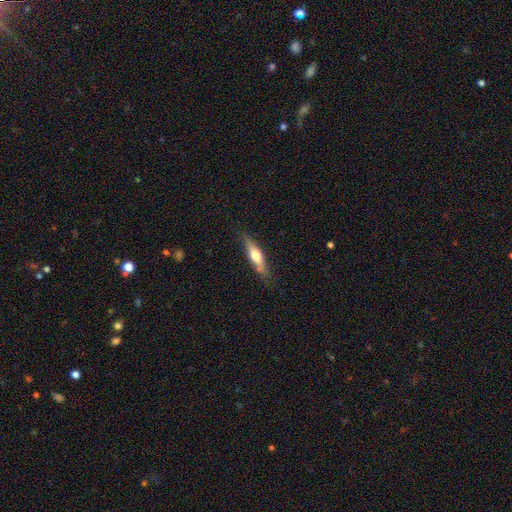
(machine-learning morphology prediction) Overall: smooth (53%; featured or disk 41%). How rounded: cigar-shaped (69%; in between 29%). Merging: none (76%).